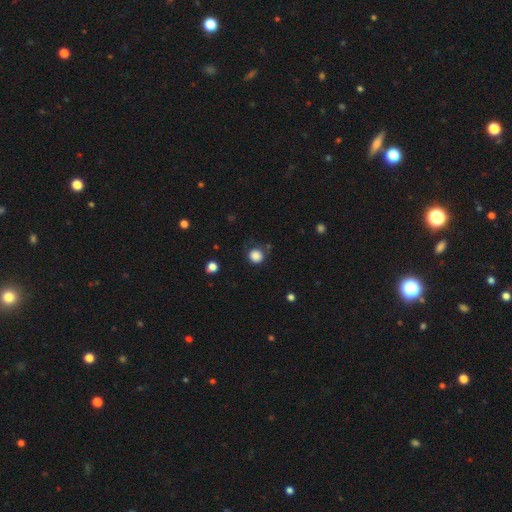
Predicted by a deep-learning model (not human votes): A smooth galaxy with no disk features (86%) that is round (92%). Merging: none (79%).